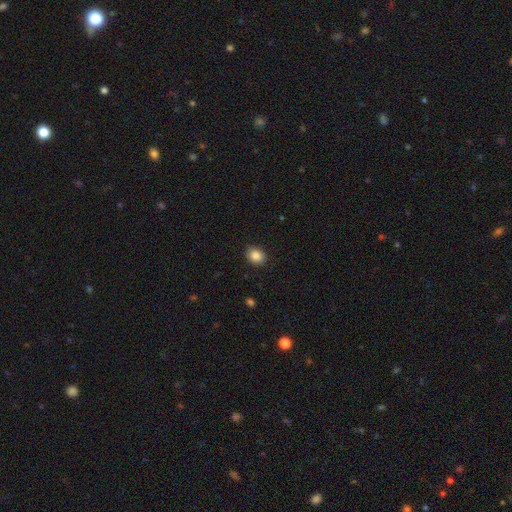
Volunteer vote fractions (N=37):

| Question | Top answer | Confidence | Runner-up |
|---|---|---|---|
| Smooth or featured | smooth | 92% | star or artifact (5%) |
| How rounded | in between | 56% | round (44%) |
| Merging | none | 91% | minor disturbance (6%) |